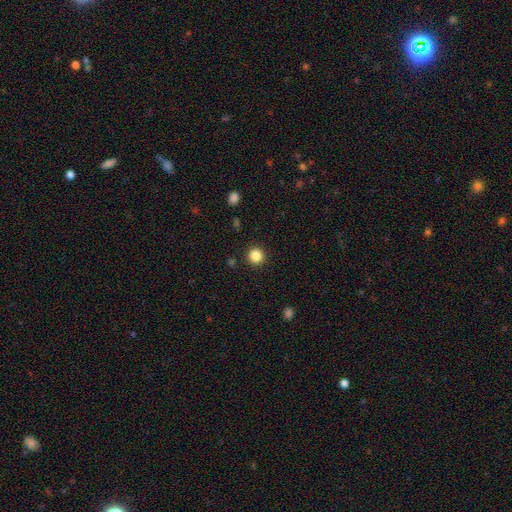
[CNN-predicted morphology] Smooth or featured: smooth — 85% (star or artifact — 12%)
How rounded: round — 95% (in between — 4%)
Merging: none — 92% (minor disturbance — 5%)